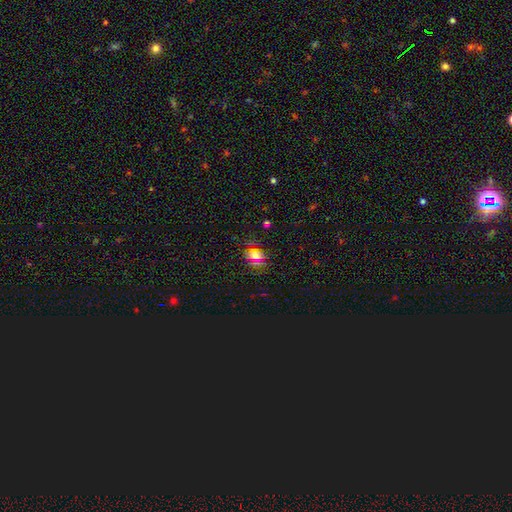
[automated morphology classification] This appears to be a smooth galaxy with no disk features (52%) that is in between round and cigar-shaped (47%, tied with round). Merging: none (80%).